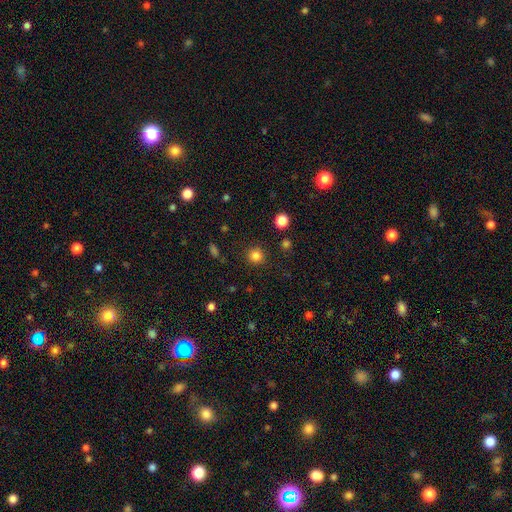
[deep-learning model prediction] Overall: smooth (82%). How rounded: round (92%). Merging: none (90%).